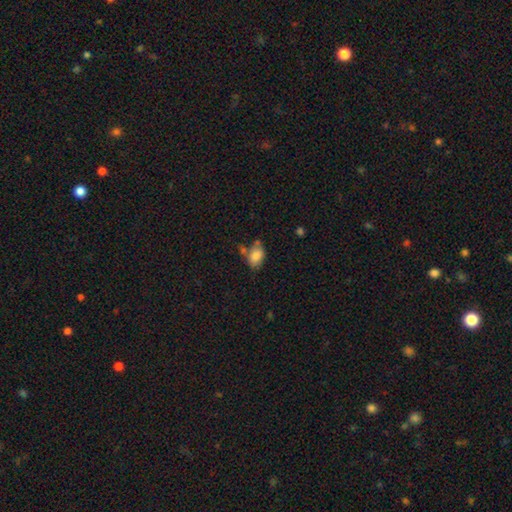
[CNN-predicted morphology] smooth 81%, featured or disk 11%, star or artifact 9%. Down the decision tree: how rounded — in between (85%); merging — none (48%).